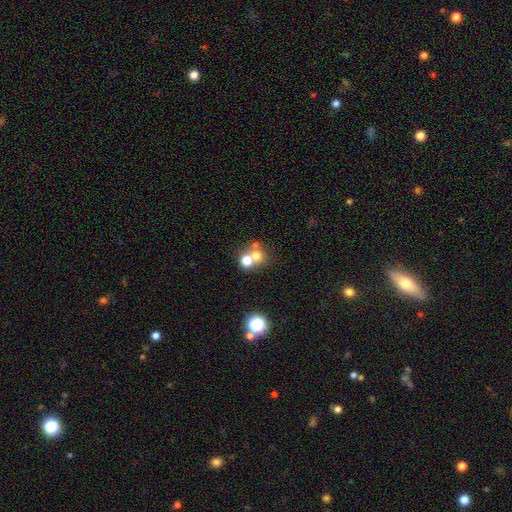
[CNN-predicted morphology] A smooth galaxy with no disk features (65%) that is round (82%).

Vote fractions:
- Smooth or featured? smooth: 65% / star or artifact: 18% / featured or disk: 17%
- How rounded? round: 82% / in between: 17% / cigar-shaped: 1%
- Merging? merger: 49% / none: 41% / minor disturbance: 6% / major disturbance: 4%